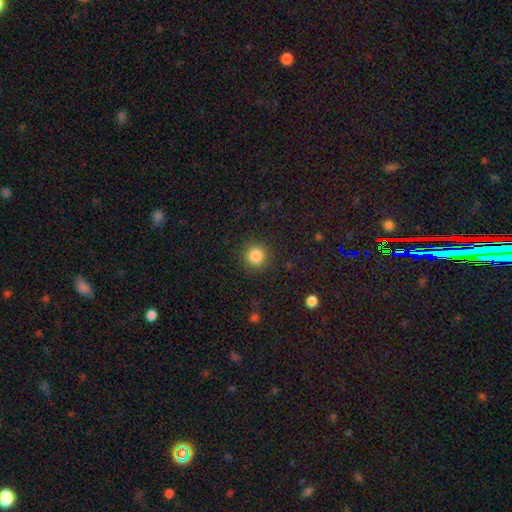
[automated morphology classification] Smooth or featured?
  - smooth: 85% *
  - star or artifact: 10%
  - featured or disk: 4%
How rounded?
  - round: 94% *
  - in between: 5%
  - cigar-shaped: 1%
Merging?
  - none: 90% *
  - minor disturbance: 6%
  - major disturbance: 3%
  - merger: 1%